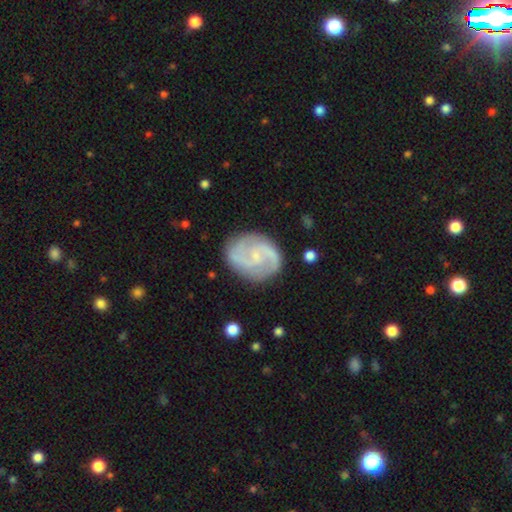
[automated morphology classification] smooth_or_featured: featured or disk (p=0.86) [alt: smooth p=0.09]
disk_edge_on: no (p=0.98) [alt: yes p=0.02]
bar: no (p=0.50) [alt: weak p=0.42]
has_spiral_arms: yes (p=0.97) [alt: no p=0.03]
spiral_winding: medium (p=0.50) [alt: tight p=0.34]
spiral_arm_count: 2 (p=0.77) [alt: 3 p=0.10]
bulge_size: small (p=0.66) [alt: none p=0.17]
merging: none (p=0.82) [alt: minor disturbance p=0.13]